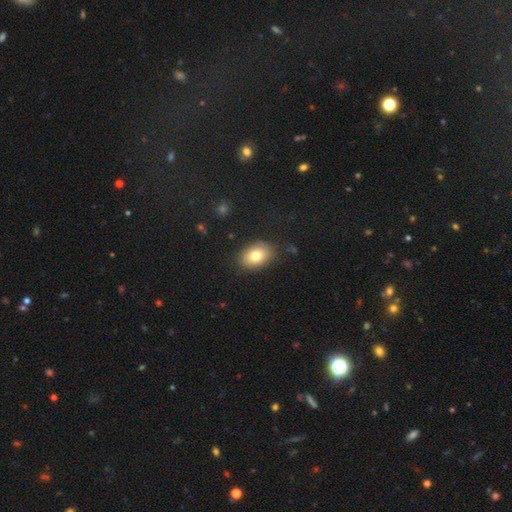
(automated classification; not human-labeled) This appears to be a smooth galaxy with no disk features (79%) that is in between round and cigar-shaped (80%). Merging: none (86%).